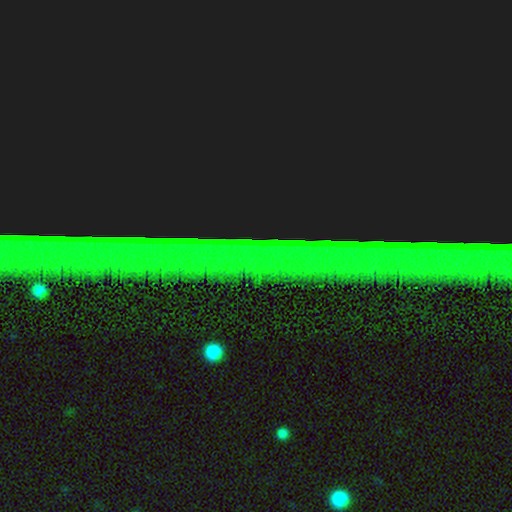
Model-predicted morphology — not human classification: A star or artifact, not a galaxy (76%).

Vote fractions:
- Smooth or featured? star or artifact: 76% / featured or disk: 12% / smooth: 12%